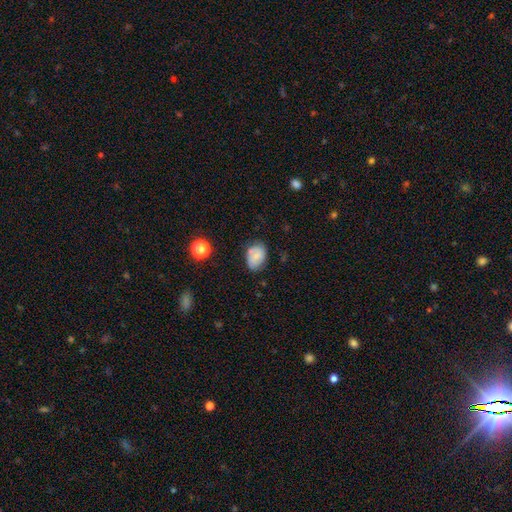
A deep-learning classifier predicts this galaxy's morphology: type=smooth (70%); roundness=in between (78%); merging=none (64%).